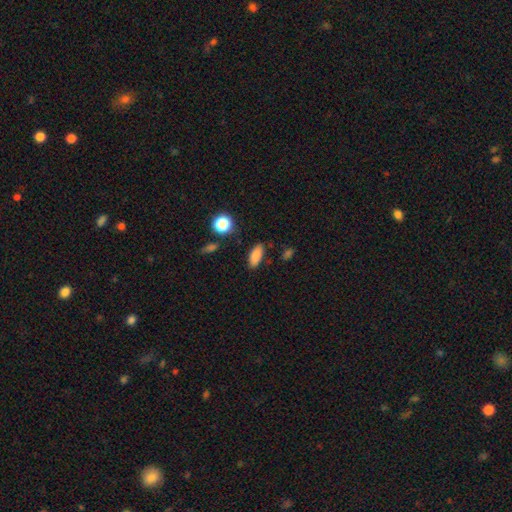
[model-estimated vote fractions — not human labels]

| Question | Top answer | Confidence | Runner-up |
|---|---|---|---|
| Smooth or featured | smooth | 84% | star or artifact (10%) |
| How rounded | in between | 81% | cigar-shaped (15%) |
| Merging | none | 83% | minor disturbance (12%) |